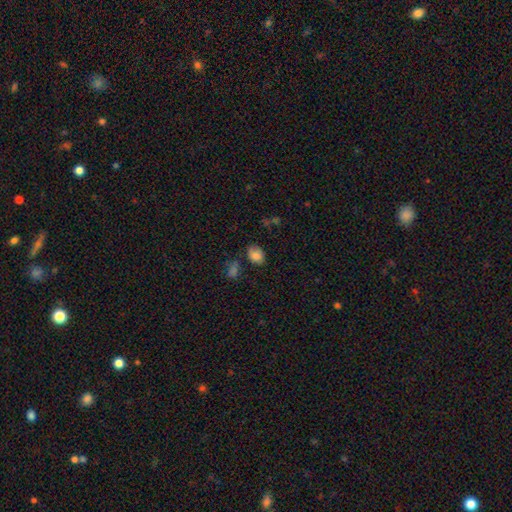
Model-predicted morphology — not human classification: A smooth galaxy with no disk features (82%) that is in between round and cigar-shaped (75%). Merging: none (73%).